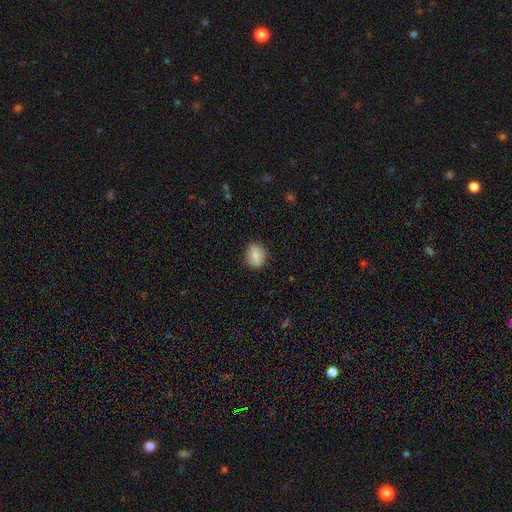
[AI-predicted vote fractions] smooth 83%, featured or disk 9%, star or artifact 8%. Down the decision tree: how rounded — round (65%); merging — none (86%).